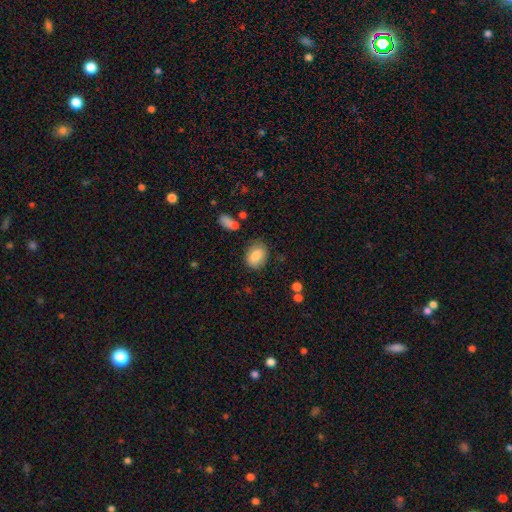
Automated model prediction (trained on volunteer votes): This appears to be a smooth galaxy with no disk features (84%) that is in between round and cigar-shaped (78%). Merging: none (75%).